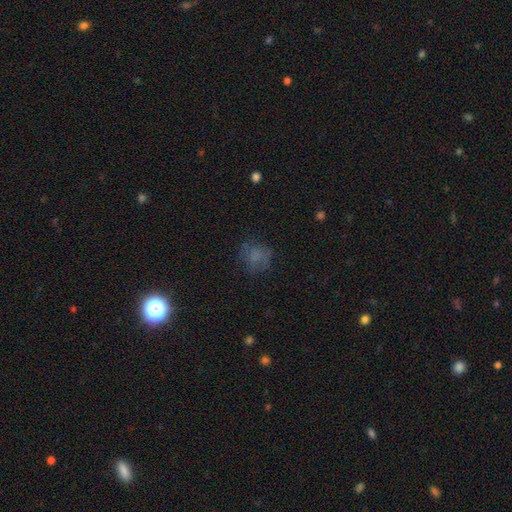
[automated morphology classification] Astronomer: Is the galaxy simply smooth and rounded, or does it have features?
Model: smooth — 62%.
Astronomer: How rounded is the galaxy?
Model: round — 76%.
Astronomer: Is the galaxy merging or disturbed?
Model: none — 66%.